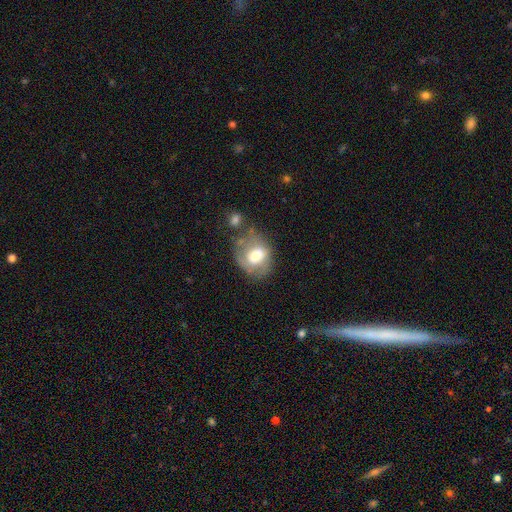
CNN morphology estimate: smooth_or_featured: smooth (p=0.51) [alt: featured or disk p=0.41]
how_rounded: round (p=0.50) [alt: in between p=0.49]
merging: none (p=0.39) [alt: minor disturbance p=0.28]